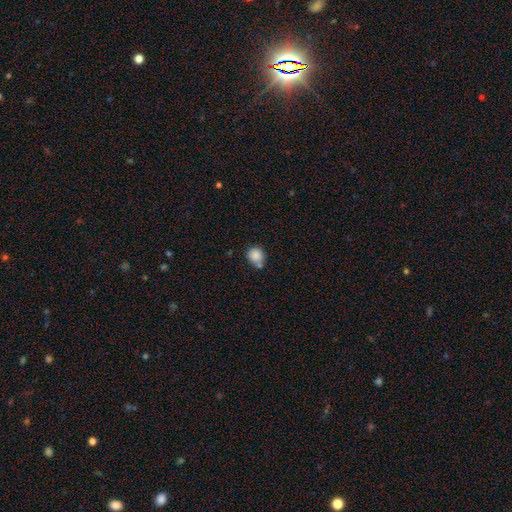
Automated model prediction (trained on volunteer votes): This is clearly a smooth galaxy (85%). How rounded: clearly round (84%). Merging: possibly none (58%).